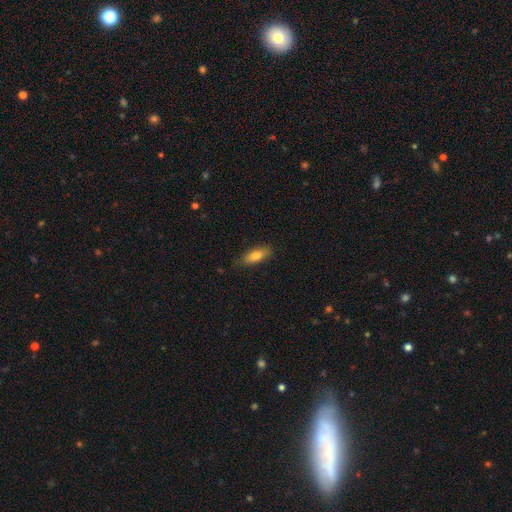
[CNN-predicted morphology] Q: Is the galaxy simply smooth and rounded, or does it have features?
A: smooth — 77%.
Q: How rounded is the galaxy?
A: in between — 66%.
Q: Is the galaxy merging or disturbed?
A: none — 82%.